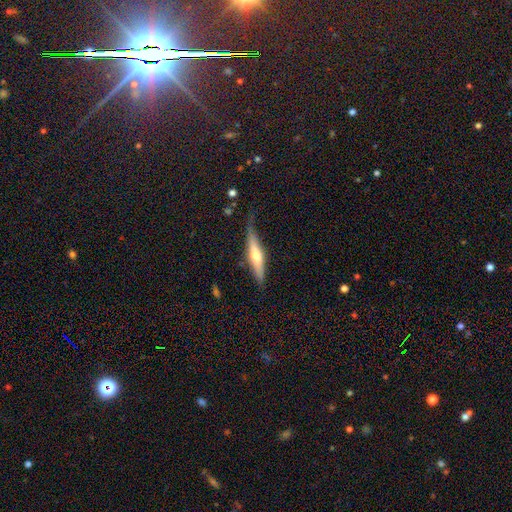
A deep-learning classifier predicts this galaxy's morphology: Overall: featured or disk (56%; smooth 38%). Edge-on disk: yes (93%). Edge-on bulge: rounded (85%). Merging: none (63%; minor disturbance 27%).